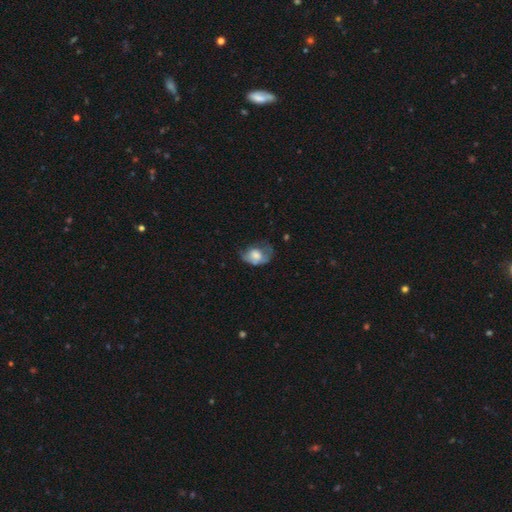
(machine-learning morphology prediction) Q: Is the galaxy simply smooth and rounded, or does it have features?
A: smooth — 63%.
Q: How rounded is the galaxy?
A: in between — 70%.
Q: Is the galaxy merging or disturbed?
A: major disturbance — 34%.